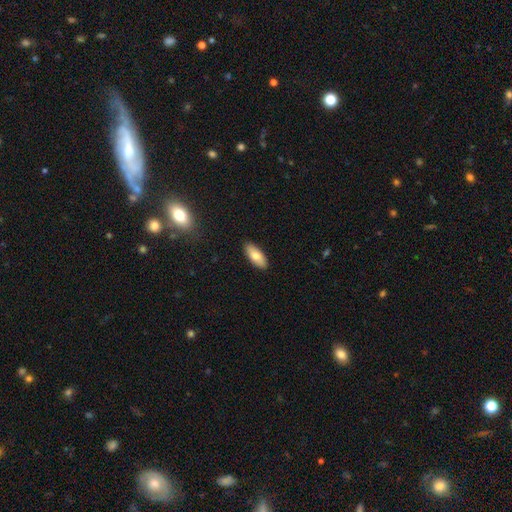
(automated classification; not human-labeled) A smooth galaxy with no disk features (78%) that is in between round and cigar-shaped (81%). Merging: none (89%).